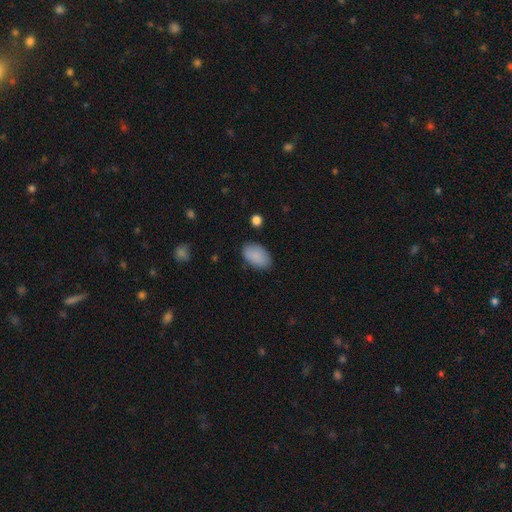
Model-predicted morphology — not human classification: smooth 89%, star or artifact 7%, featured or disk 4%. Down the decision tree: how rounded — in between (93%); merging — none (83%).